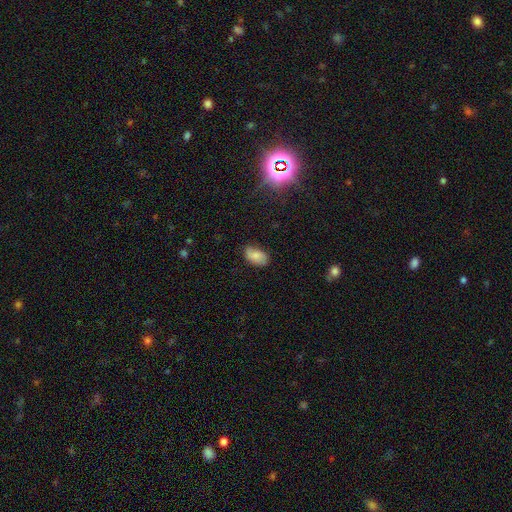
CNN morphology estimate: Smooth or featured? Predicted: smooth (p=0.78). How rounded? Predicted: in between (p=0.92). Merging? Predicted: none (p=0.65).